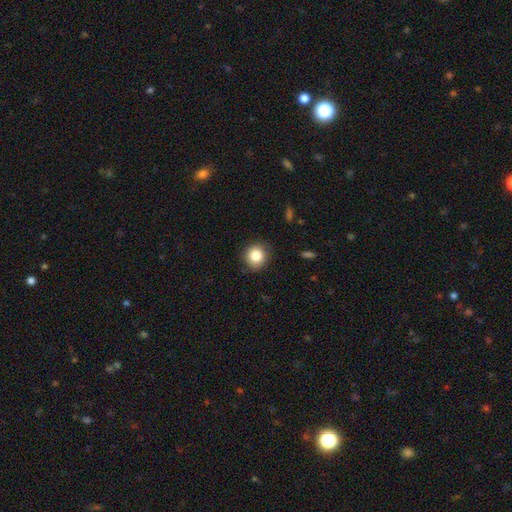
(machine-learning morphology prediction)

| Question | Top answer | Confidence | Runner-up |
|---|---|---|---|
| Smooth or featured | smooth | 84% | star or artifact (10%) |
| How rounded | round | 88% | in between (11%) |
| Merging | none | 86% | minor disturbance (10%) |